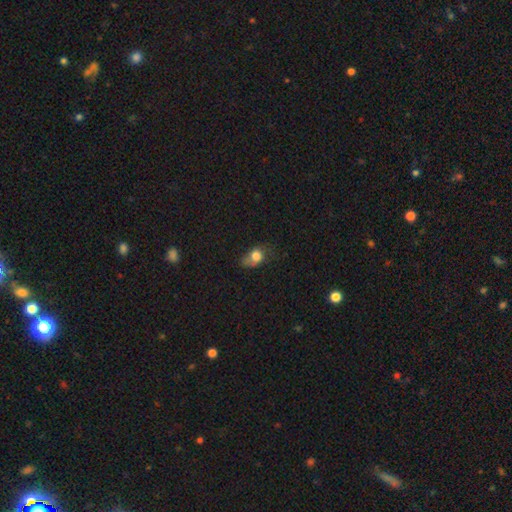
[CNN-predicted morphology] This appears to be a smooth galaxy with no disk features (74%) that is in between round and cigar-shaped (65%). Merging: minor disturbance (34%).